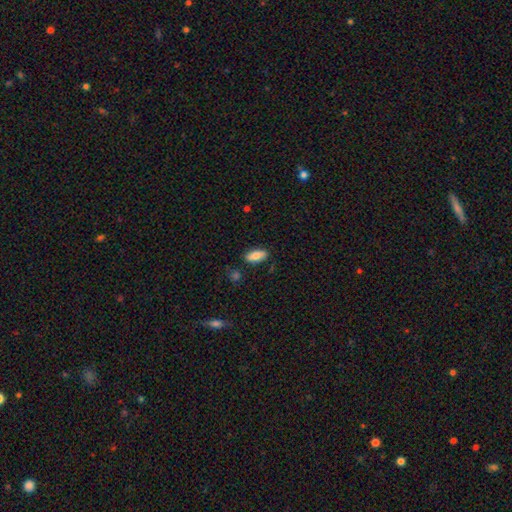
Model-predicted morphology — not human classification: A smooth galaxy with no disk features (81%) that is in between round and cigar-shaped (86%). Merging: none (84%).